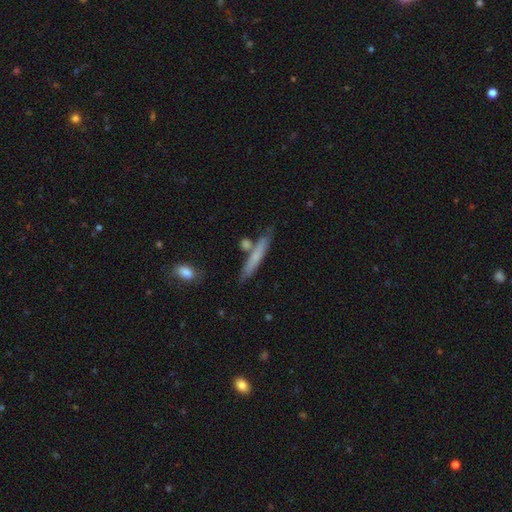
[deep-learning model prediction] Q: Smooth or featured?
A: smooth (61%); runner-up: featured or disk (32%)
Q: How rounded?
A: cigar-shaped (92%); runner-up: in between (6%)
Q: Merging?
A: none (75%); runner-up: minor disturbance (13%)